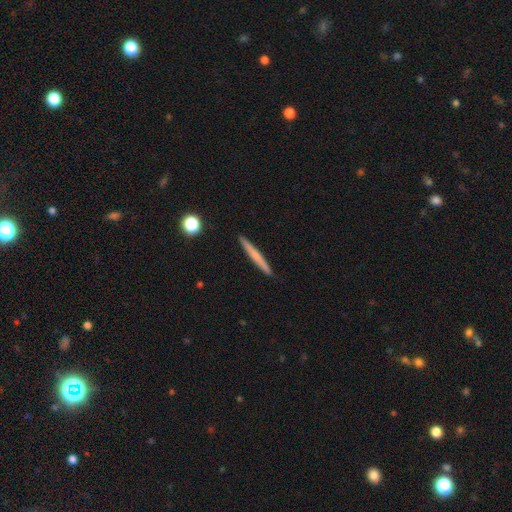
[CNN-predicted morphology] smooth_or_featured: smooth (p=0.59) [alt: featured or disk p=0.35]
how_rounded: cigar-shaped (p=0.97) [alt: in between p=0.02]
merging: none (p=0.92) [alt: minor disturbance p=0.06]